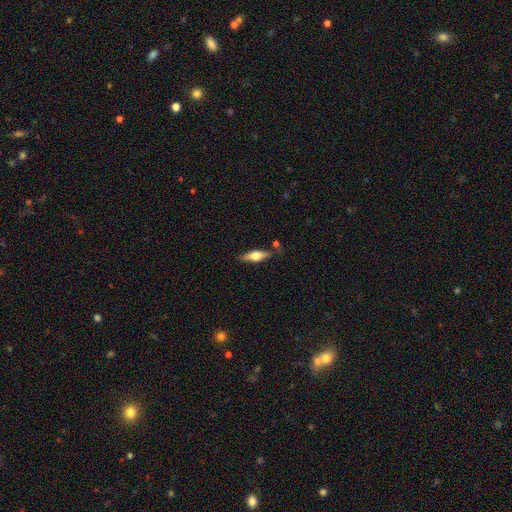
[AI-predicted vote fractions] smooth-or-featured: smooth: 50% | featured or disk: 44% | star or artifact: 6%
  merging: none: 77% | minor disturbance: 15% | merger: 5% | major disturbance: 3%